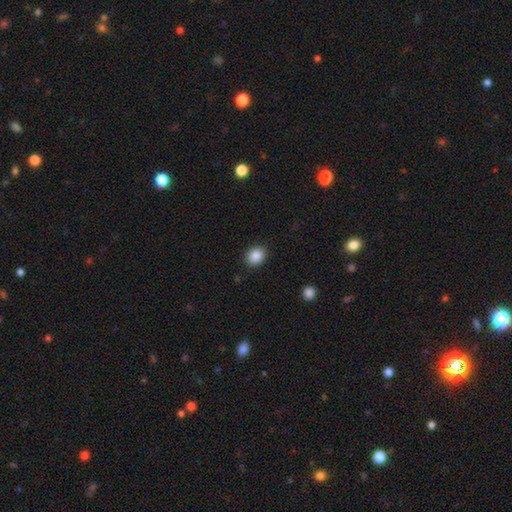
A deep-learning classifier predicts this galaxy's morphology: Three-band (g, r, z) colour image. It shows a smooth galaxy with no disk features (87%) that is round (52%). Merging: none (88%).